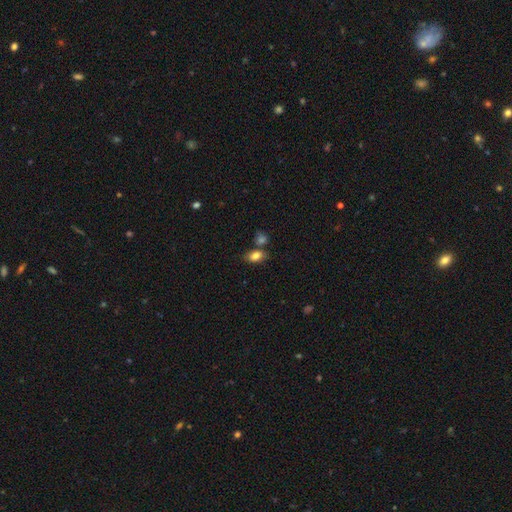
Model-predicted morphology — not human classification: Smooth or featured? Predicted: smooth (p=0.82). How rounded? Predicted: in between (p=0.84). Merging? Predicted: none (p=0.63).